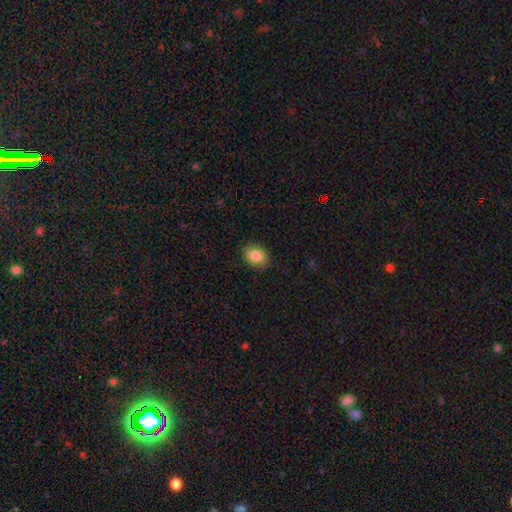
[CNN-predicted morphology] type=smooth (86%); roundness=in between (76%); merging=none (86%).